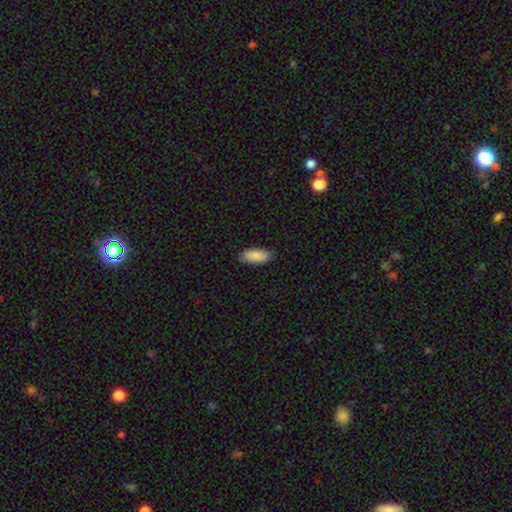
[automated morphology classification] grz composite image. It shows a smooth galaxy with no disk features (88%) that is in between round and cigar-shaped (88%). Merging: none (84%).